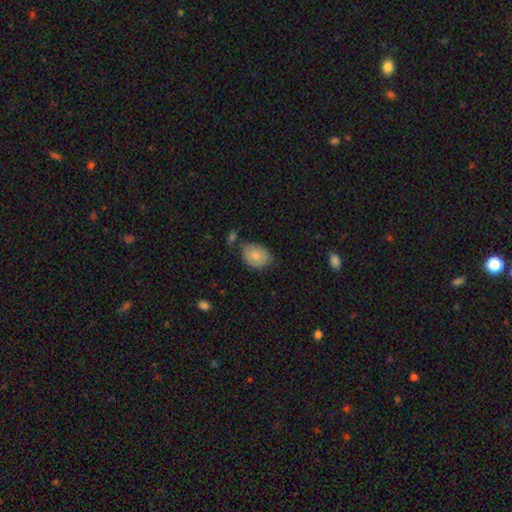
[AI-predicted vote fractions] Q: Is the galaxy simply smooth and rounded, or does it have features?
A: smooth — 81%.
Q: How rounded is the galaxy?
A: in between — 64%.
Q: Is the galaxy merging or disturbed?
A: none — 64%.